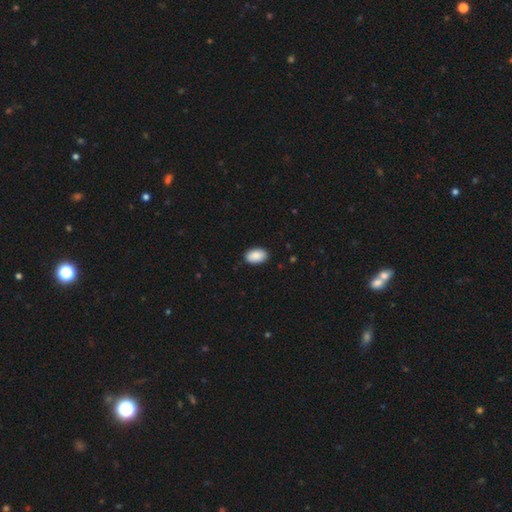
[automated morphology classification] smooth 90%, star or artifact 7%, featured or disk 4%. Down the decision tree: how rounded — in between (92%); merging — none (88%).